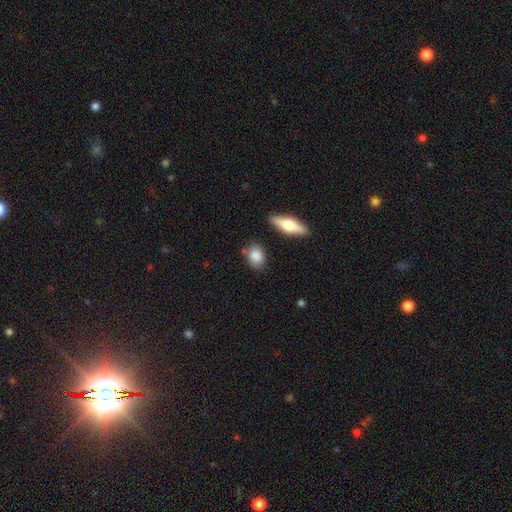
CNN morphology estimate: This is clearly a smooth galaxy (84%). How rounded: possibly in between (59%). Merging: likely none (74%).